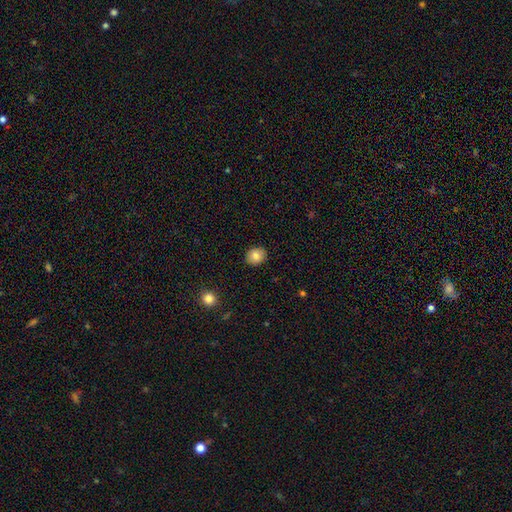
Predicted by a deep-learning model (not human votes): Q: Smooth or featured?
A: smooth (82%); runner-up: featured or disk (10%)
Q: How rounded?
A: round (66%); runner-up: in between (33%)
Q: Merging?
A: none (90%); runner-up: minor disturbance (7%)